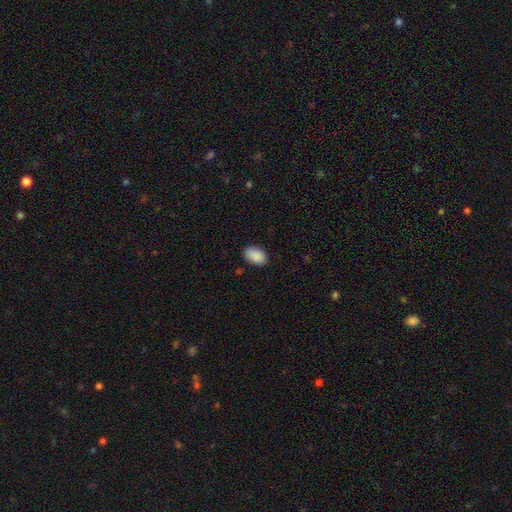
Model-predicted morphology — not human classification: The model was most divided on "merging": none: 85%, minor disturbance: 12%, major disturbance: 2%, merger: 1%. More confident: smooth or featured — smooth (90%); how rounded — in between (89%).